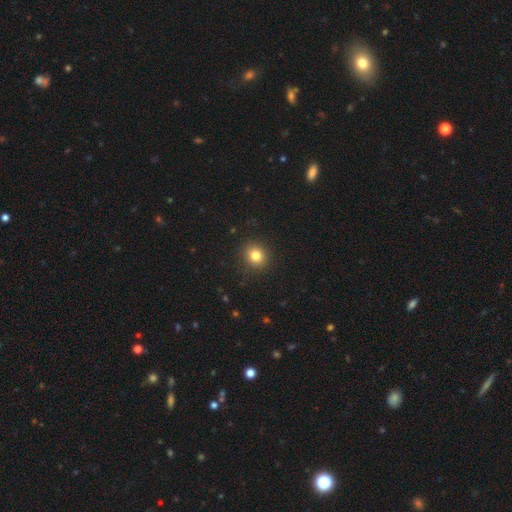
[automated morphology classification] The model was most divided on "smooth or featured": smooth: 81%, star or artifact: 13%, featured or disk: 6%. More confident: merging — none (90%); how rounded — round (85%).